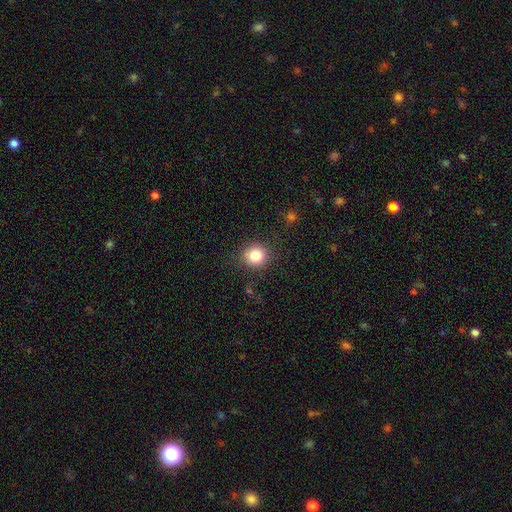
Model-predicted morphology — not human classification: This appears to be a smooth galaxy with no disk features (82%) that is round (88%). Merging: none (85%).